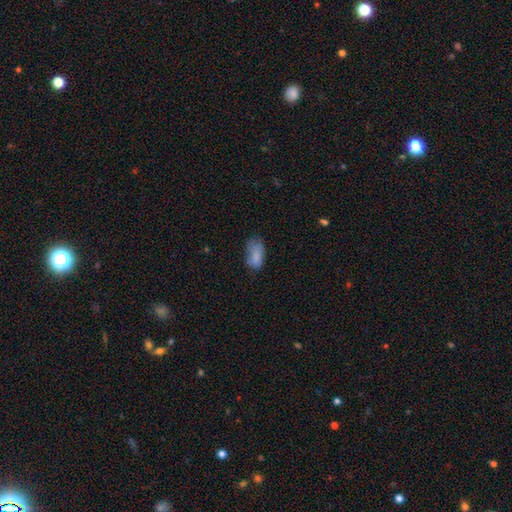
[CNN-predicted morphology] Smooth or featured? smooth (81%)
How rounded? in between (92%)
Merging? none (49%)